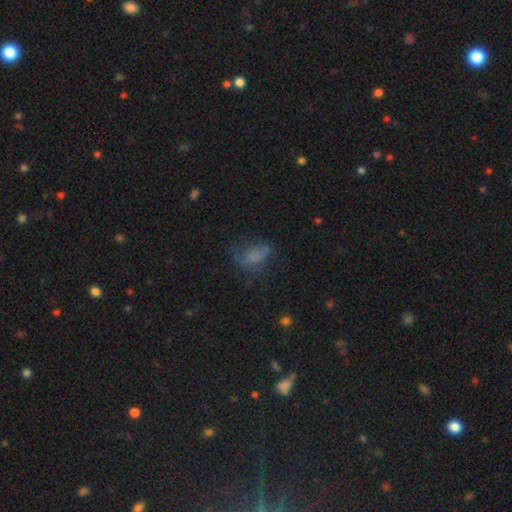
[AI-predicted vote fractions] Smooth or featured? smooth (60%)
How rounded? in between (83%)
Merging? major disturbance (36%)